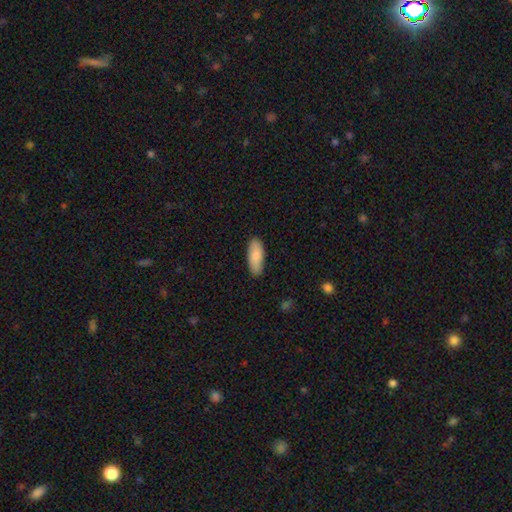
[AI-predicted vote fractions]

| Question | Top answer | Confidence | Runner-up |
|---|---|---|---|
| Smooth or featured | smooth | 85% | featured or disk (10%) |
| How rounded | in between | 76% | cigar-shaped (23%) |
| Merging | none | 86% | minor disturbance (11%) |